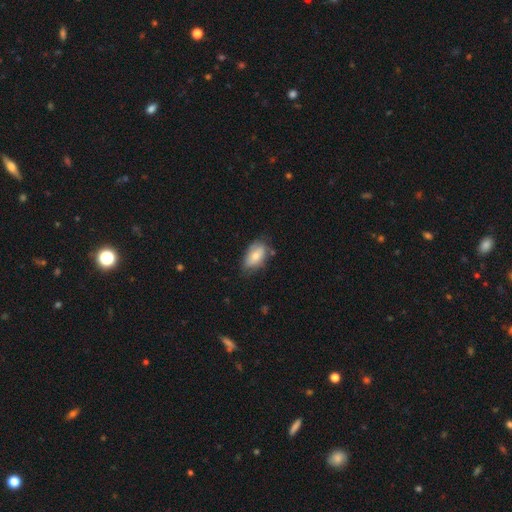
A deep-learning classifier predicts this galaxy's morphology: Q: Smooth or featured?
A: smooth (75%); runner-up: featured or disk (18%)
Q: How rounded?
A: in between (92%); runner-up: round (4%)
Q: Merging?
A: none (63%); runner-up: minor disturbance (28%)